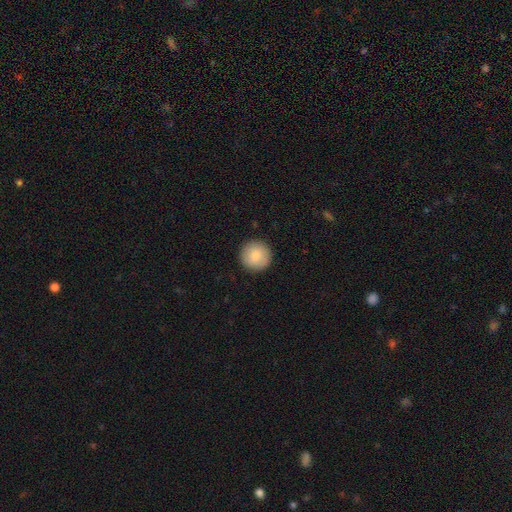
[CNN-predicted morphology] Smooth or featured? smooth (84%)
How rounded? round (96%)
Merging? none (92%)